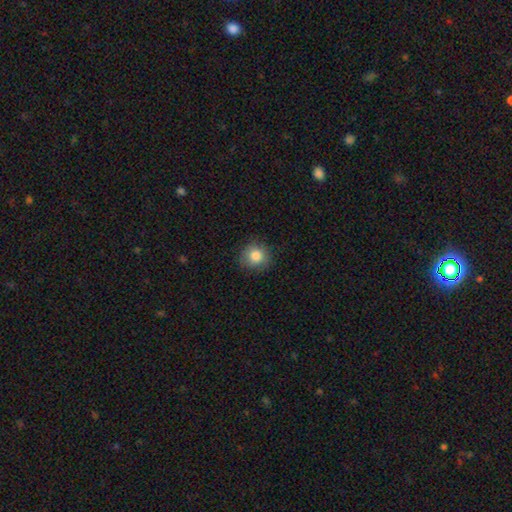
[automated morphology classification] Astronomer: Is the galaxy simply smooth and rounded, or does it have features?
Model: smooth — 84%.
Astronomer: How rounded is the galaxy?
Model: round — 87%.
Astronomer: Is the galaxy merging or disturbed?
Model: none — 82%.